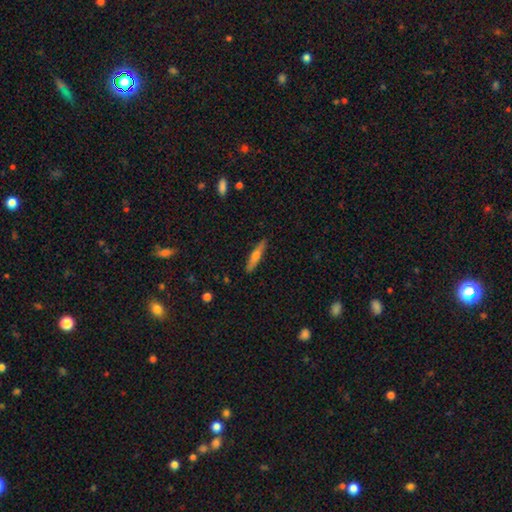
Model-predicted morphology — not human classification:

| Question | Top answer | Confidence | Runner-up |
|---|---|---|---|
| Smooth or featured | smooth | 49% | featured or disk (45%) |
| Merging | none | 89% | minor disturbance (8%) |